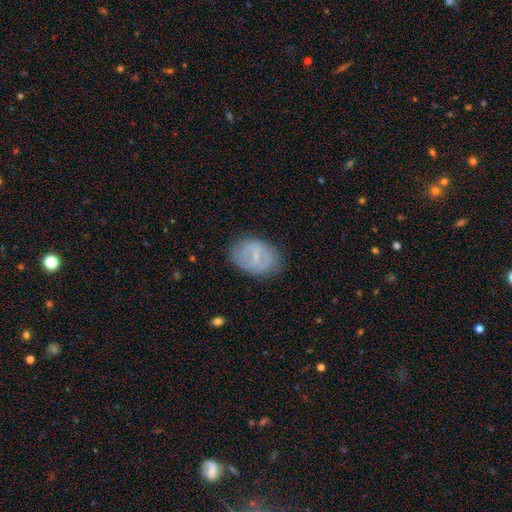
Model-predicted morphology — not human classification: Q: Smooth or featured?
A: featured or disk (57%); runner-up: smooth (35%)
Q: Edge-on disk?
A: no (95%); runner-up: yes (5%)
Q: Bar?
A: weak (49%); runner-up: strong (34%)
Q: Spiral arms?
A: yes (54%); runner-up: no (46%)
Q: Bulge size?
A: small (62%); runner-up: moderate (18%)
Q: Merging?
A: none (75%); runner-up: minor disturbance (17%)